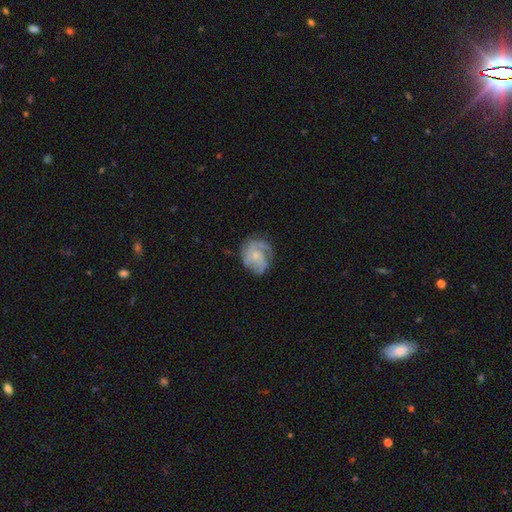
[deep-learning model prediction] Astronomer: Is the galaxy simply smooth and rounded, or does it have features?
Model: featured or disk — 67%.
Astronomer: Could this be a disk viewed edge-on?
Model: no — 98%.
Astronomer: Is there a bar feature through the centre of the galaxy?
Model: no — 78%.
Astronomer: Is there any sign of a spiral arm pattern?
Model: yes — 87%.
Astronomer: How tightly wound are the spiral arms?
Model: tight — 46% (runner-up: medium, 38%).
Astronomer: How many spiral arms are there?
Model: can't tell — 34% (runner-up: 3, 26%).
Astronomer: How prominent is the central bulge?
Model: small — 62%.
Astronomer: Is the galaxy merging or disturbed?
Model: none — 65%.